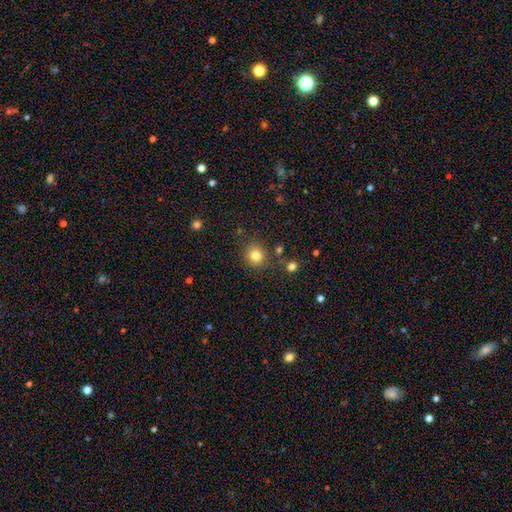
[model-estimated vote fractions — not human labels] A smooth galaxy with no disk features (80%) that is round (89%). Merging: none (86%).